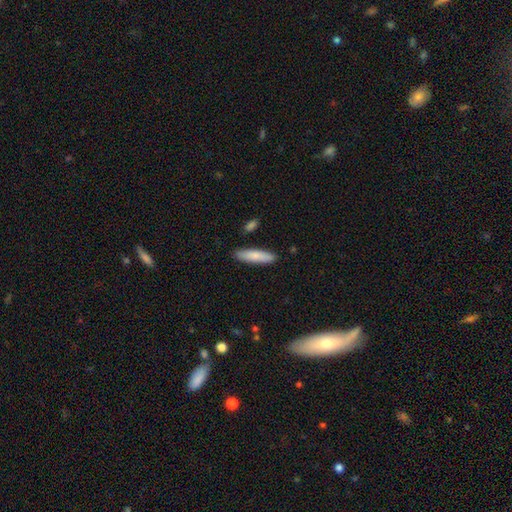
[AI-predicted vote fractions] Smooth or featured? smooth (81%)
How rounded? cigar-shaped (74%)
Merging? none (87%)